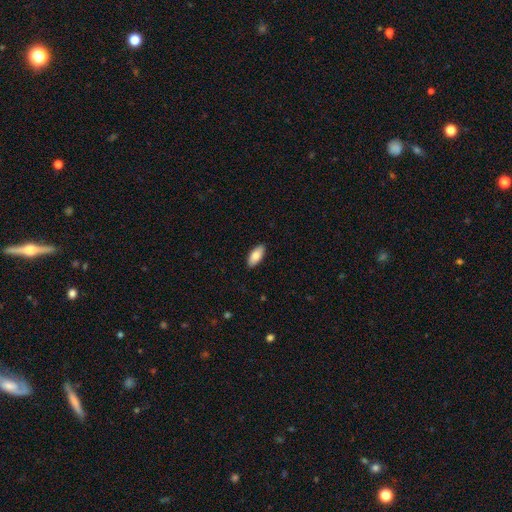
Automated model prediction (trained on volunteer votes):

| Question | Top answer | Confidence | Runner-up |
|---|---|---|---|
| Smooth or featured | smooth | 83% | featured or disk (11%) |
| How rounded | in between | 88% | cigar-shaped (10%) |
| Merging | none | 89% | minor disturbance (8%) |